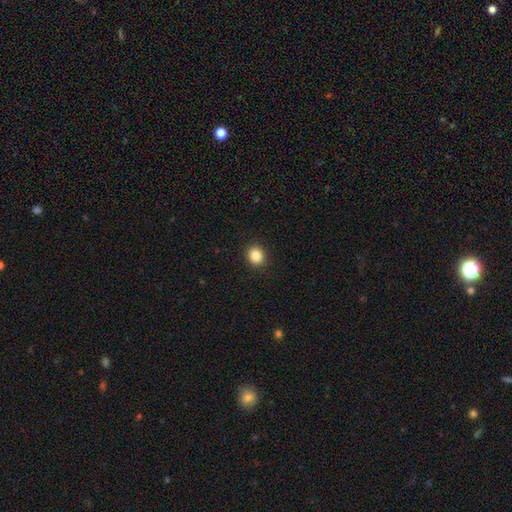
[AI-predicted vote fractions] A smooth galaxy with no disk features (86%) that is round (76%). Merging: none (91%).